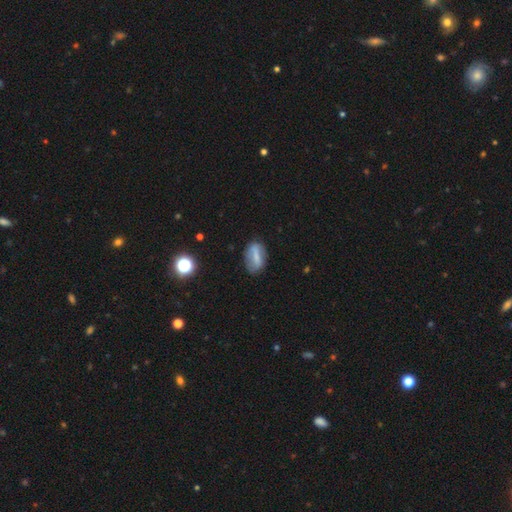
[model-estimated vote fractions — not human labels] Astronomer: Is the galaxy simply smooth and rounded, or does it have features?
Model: smooth — 54% (runner-up: featured or disk, 36%).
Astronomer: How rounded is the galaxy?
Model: in between — 80%.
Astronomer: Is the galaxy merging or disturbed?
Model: none — 76%.